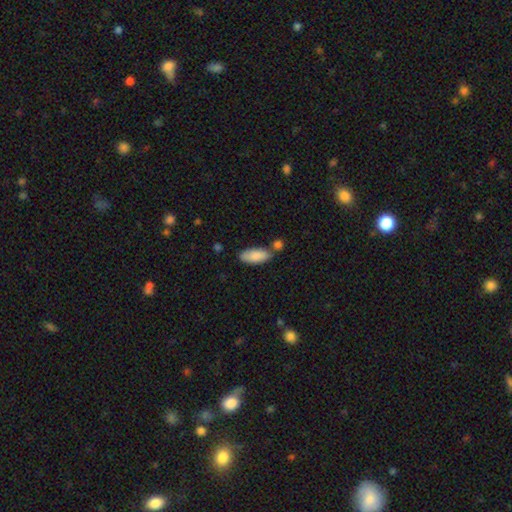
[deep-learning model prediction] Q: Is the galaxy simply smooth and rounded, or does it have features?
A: smooth — 87%.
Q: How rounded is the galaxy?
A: in between — 82%.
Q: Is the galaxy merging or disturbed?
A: none — 62%.